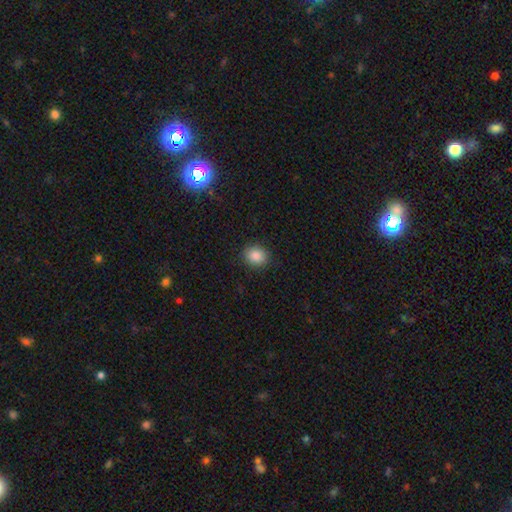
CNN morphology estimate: This appears to be a smooth galaxy with no disk features (87%) that is round (71%). Merging: none (89%).